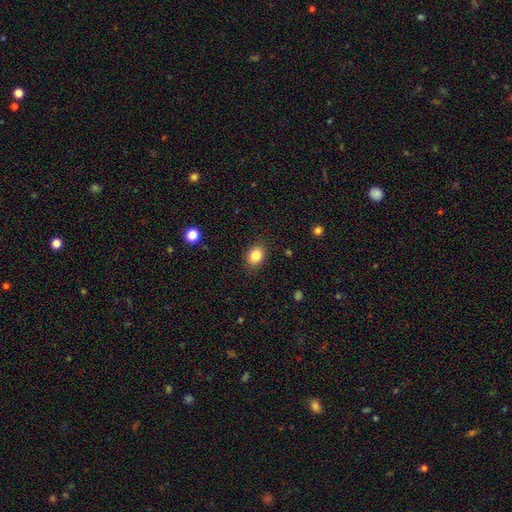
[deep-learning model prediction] Q: Smooth or featured?
A: smooth (84%); runner-up: star or artifact (10%)
Q: How rounded?
A: in between (51%); runner-up: round (48%)
Q: Merging?
A: none (88%); runner-up: minor disturbance (8%)